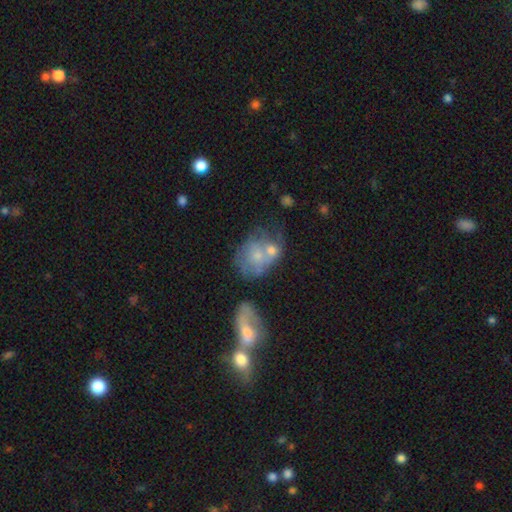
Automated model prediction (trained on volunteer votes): A featured or disk galaxy (46%). Merging: merger (45%).